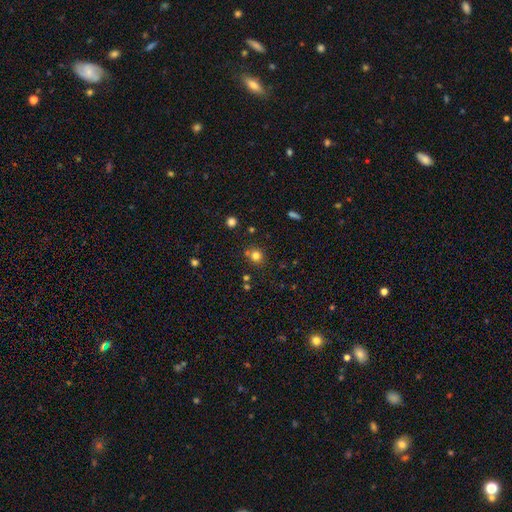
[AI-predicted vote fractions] Smooth or featured? Predicted: smooth (p=0.77). How rounded? Predicted: round (p=0.87). Merging? Predicted: none (p=0.75).